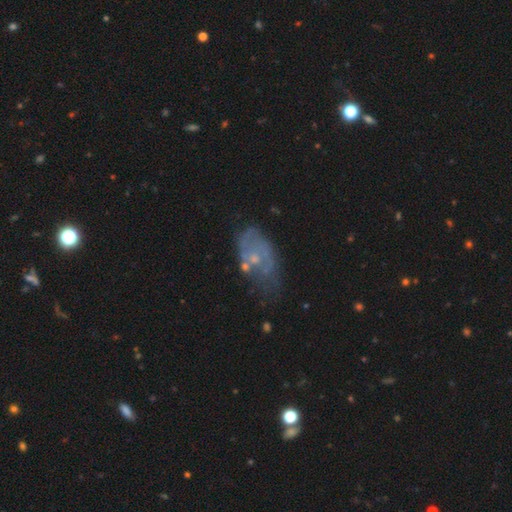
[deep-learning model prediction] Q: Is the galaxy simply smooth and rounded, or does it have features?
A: featured or disk — 61%.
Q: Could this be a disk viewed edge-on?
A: no — 95%.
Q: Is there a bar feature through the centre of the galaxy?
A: no — 82%.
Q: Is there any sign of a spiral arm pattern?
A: yes — 55%.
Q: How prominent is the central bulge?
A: small — 63%.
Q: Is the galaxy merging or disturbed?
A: none — 44%.